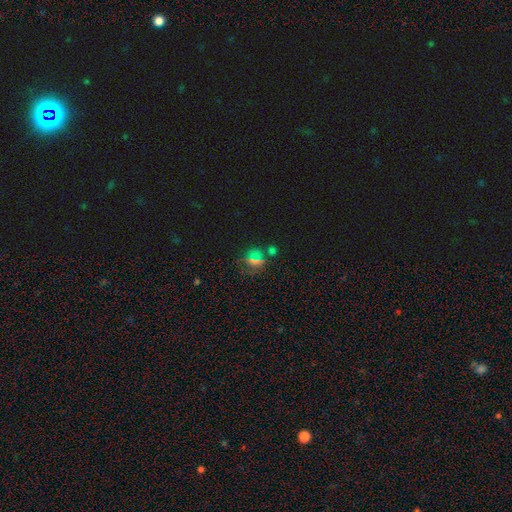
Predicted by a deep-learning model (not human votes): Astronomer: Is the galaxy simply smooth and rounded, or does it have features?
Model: star or artifact — 48% (runner-up: smooth, 41%).